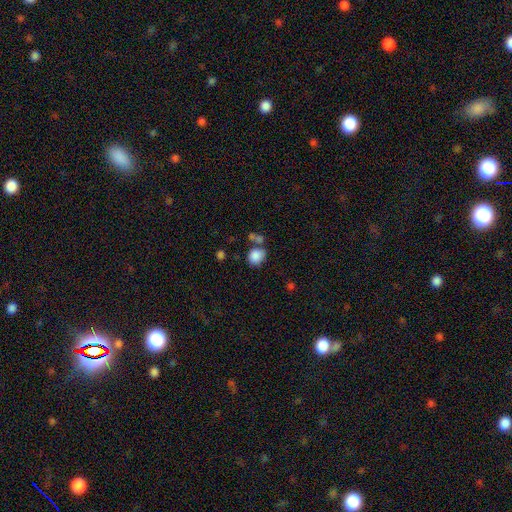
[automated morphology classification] Smooth or featured? Predicted: smooth (p=0.86). How rounded? Predicted: round (p=0.69). Merging? Predicted: none (p=0.57).